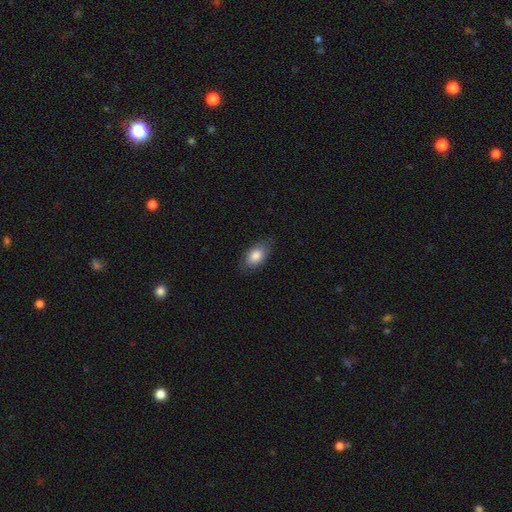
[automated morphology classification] smooth 83%, featured or disk 11%, star or artifact 6%. Down the decision tree: how rounded — in between (91%); merging — none (78%).